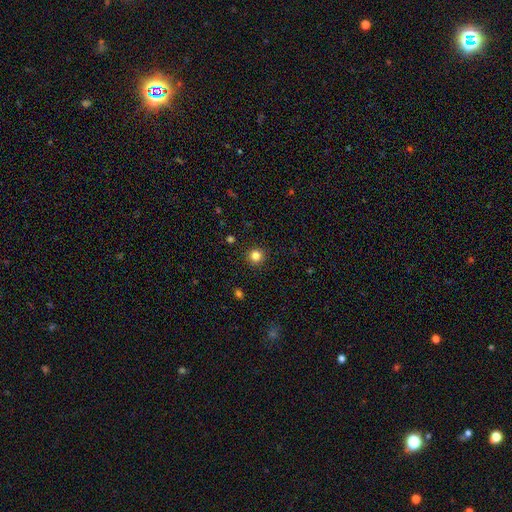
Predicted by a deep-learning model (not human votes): Overall: smooth (83%). How rounded: round (94%). Merging: none (93%).